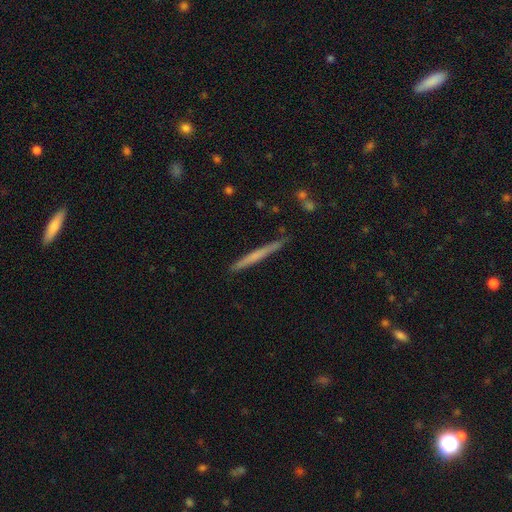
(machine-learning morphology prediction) smooth_or_featured: smooth (p=0.51) [alt: featured or disk p=0.43]
how_rounded: cigar-shaped (p=0.97) [alt: in between p=0.02]
merging: none (p=0.89) [alt: minor disturbance p=0.08]